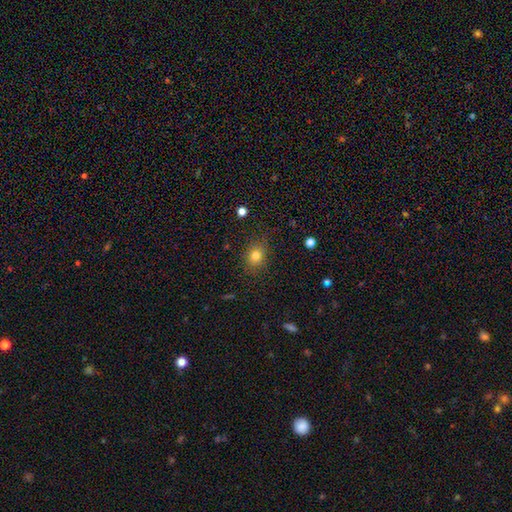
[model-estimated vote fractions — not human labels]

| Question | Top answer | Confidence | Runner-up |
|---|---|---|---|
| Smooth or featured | smooth | 78% | star or artifact (14%) |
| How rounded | round | 59% | in between (39%) |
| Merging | none | 81% | minor disturbance (14%) |